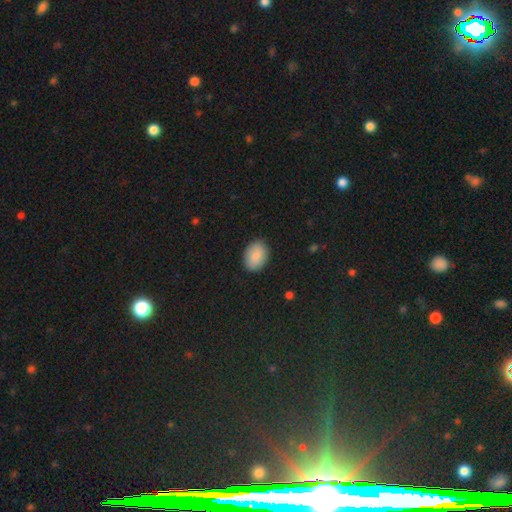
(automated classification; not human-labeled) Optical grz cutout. It shows a smooth galaxy with no disk features (88%) that is in between round and cigar-shaped (78%). Merging: none (87%).